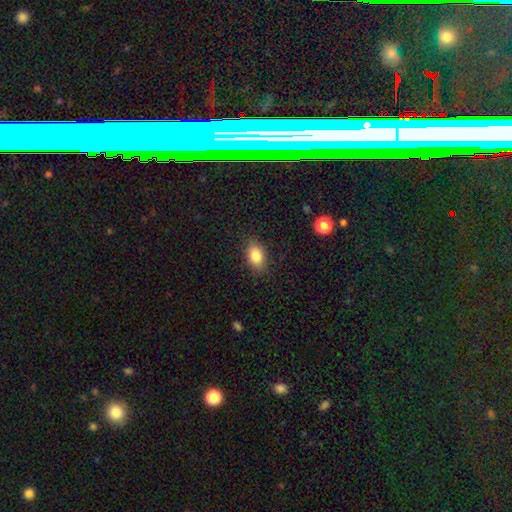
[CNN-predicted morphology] Smooth or featured?
  - smooth: 84% *
  - star or artifact: 9%
  - featured or disk: 7%
How rounded?
  - in between: 81% *
  - round: 17%
  - cigar-shaped: 2%
Merging?
  - none: 84% *
  - minor disturbance: 12%
  - major disturbance: 3%
  - merger: 1%